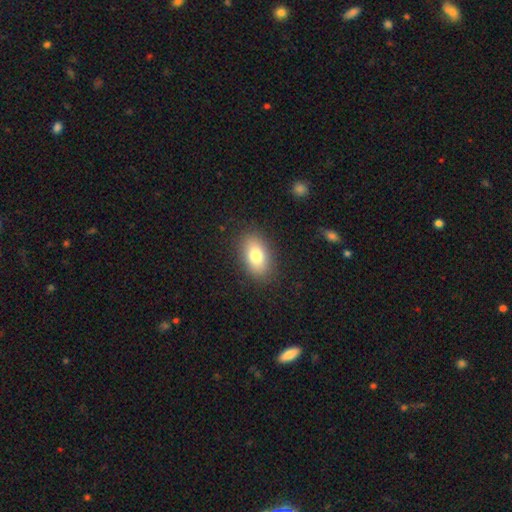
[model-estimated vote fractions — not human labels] Smooth or featured: smooth — 79% (featured or disk — 12%)
How rounded: in between — 88% (round — 10%)
Merging: none — 87% (minor disturbance — 9%)